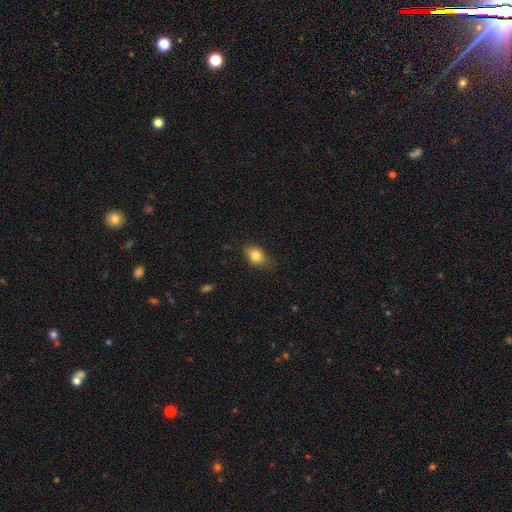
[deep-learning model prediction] smooth 80%, featured or disk 11%, star or artifact 9%. Down the decision tree: how rounded — in between (78%); merging — none (75%).